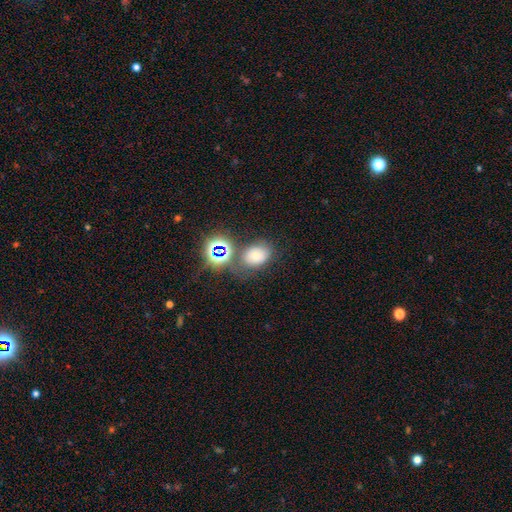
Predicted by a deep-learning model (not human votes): Smooth or featured? smooth (61%)
How rounded? in between (63%)
Merging? none (62%)